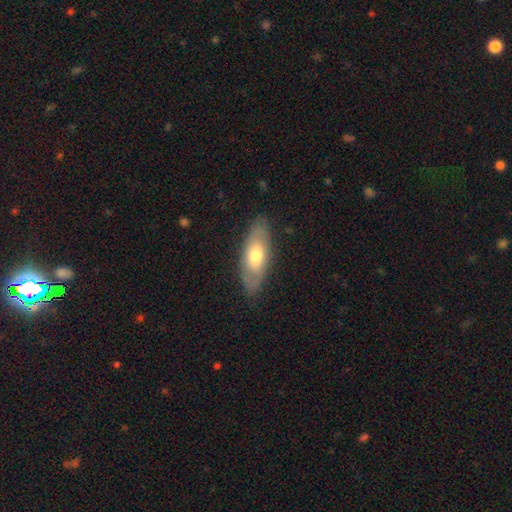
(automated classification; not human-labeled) Q: Smooth or featured?
A: smooth (59%); runner-up: featured or disk (35%)
Q: How rounded?
A: in between (77%); runner-up: cigar-shaped (20%)
Q: Merging?
A: none (82%); runner-up: minor disturbance (13%)